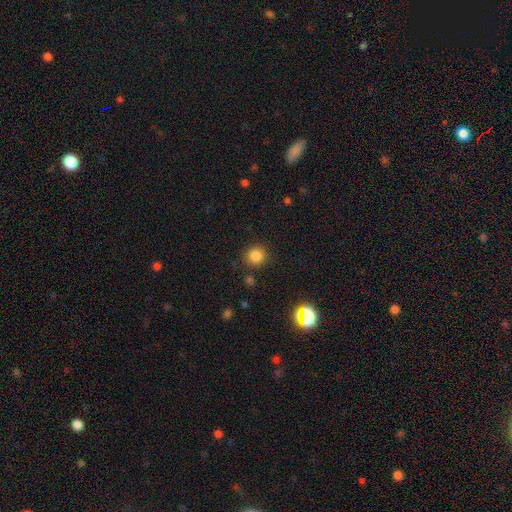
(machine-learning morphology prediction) Smooth or featured?
  - smooth: 83% *
  - star or artifact: 13%
  - featured or disk: 4%
How rounded?
  - round: 91% *
  - in between: 8%
  - cigar-shaped: 1%
Merging?
  - none: 86% *
  - minor disturbance: 8%
  - major disturbance: 3%
  - merger: 3%